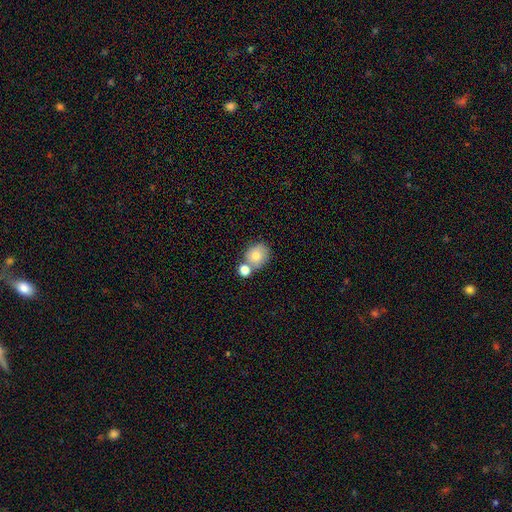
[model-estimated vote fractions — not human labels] smooth-or-featured: smooth: 78% | featured or disk: 13% | star or artifact: 9%
  how-rounded: round: 72% | in between: 27% | cigar-shaped: 1%
  merging: none: 52% | merger: 32% | minor disturbance: 12% | major disturbance: 4%